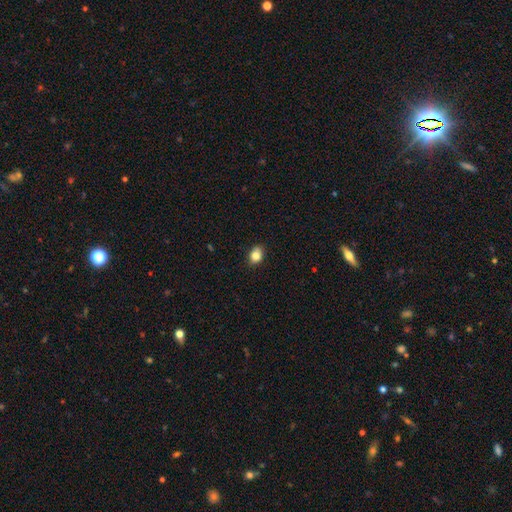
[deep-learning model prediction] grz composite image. It shows a smooth galaxy with no disk features (83%) that is in between round and cigar-shaped (61%). Merging: none (77%).